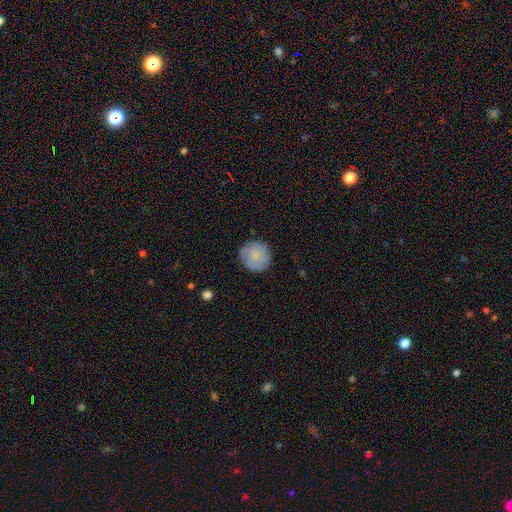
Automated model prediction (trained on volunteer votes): Smooth or featured? smooth (68%)
How rounded? round (93%)
Merging? none (84%)